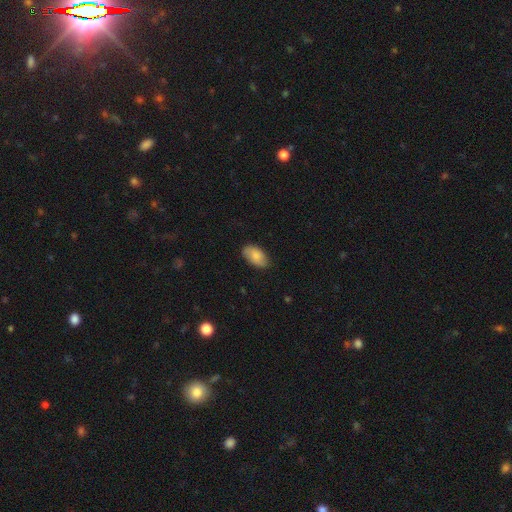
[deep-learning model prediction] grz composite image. It shows a smooth galaxy with no disk features (82%) that is in between round and cigar-shaped (94%). Merging: none (77%).